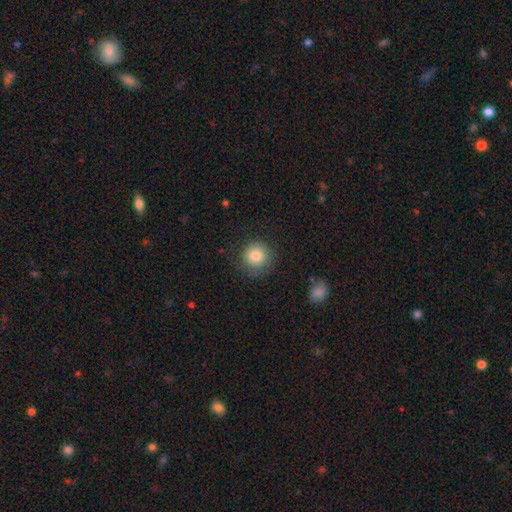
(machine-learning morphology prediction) Smooth or featured? Predicted: smooth (p=0.82). How rounded? Predicted: round (p=0.94). Merging? Predicted: none (p=0.81).